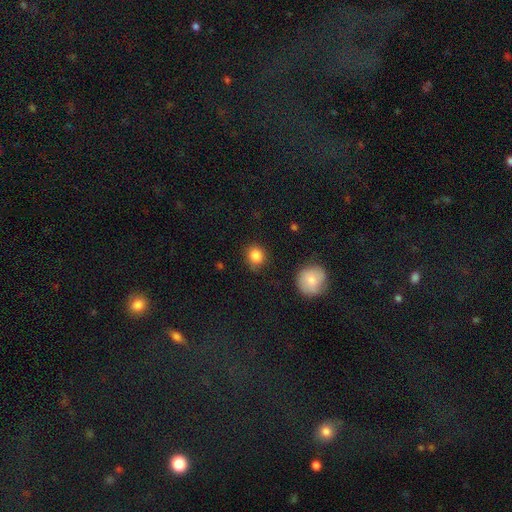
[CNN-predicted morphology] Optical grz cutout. It shows a smooth galaxy with no disk features (86%) that is round (81%). Merging: none (77%).